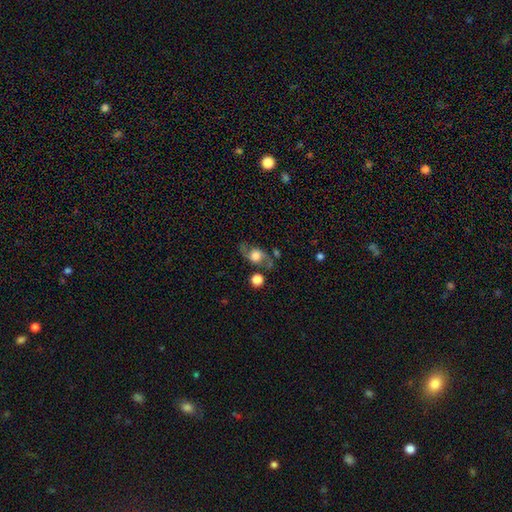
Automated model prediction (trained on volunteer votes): featured or disk 68%, smooth 24%, star or artifact 8%. Down the decision tree: edge-on disk — no (90%); bar — no (73%); spiral arms — yes (84%); spiral arm count — 2 (92%); spiral winding — loose (59%); bulge size — large (49%); merging — none (68%).